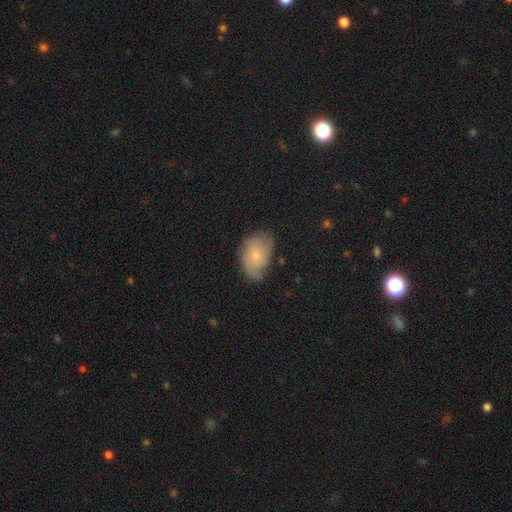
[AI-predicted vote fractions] The model was most divided on "smooth or featured": smooth: 48%, featured or disk: 44%, star or artifact: 8%. More confident: merging — none (58%).